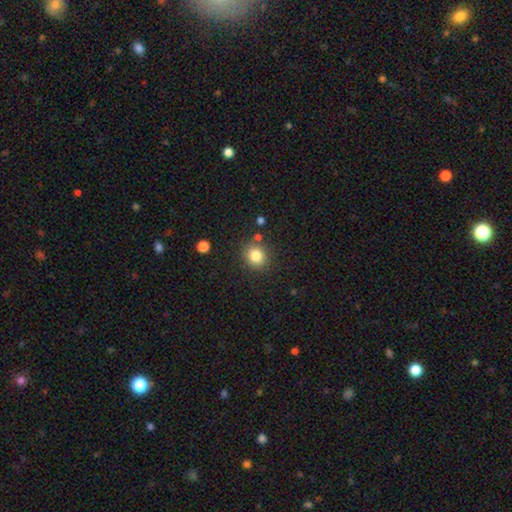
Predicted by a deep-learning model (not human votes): This appears to be a smooth galaxy with no disk features (82%) that is round (81%). Merging: none (82%).